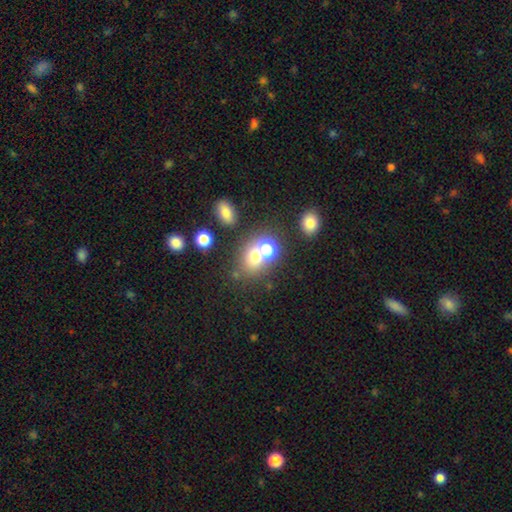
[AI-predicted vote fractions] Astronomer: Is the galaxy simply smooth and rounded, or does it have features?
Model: smooth — 63%.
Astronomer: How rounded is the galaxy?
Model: round — 64%.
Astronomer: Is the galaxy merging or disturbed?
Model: none — 51% (runner-up: merger, 33%).